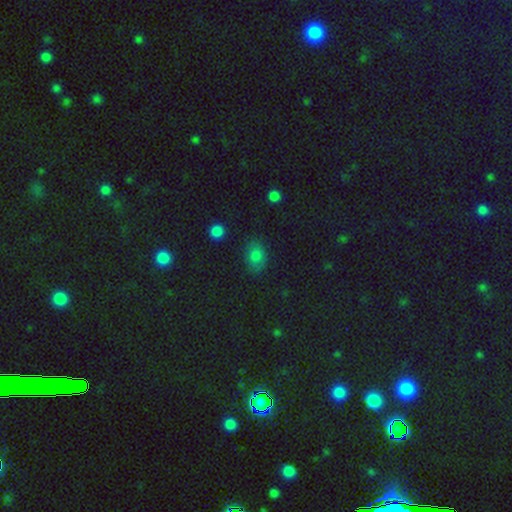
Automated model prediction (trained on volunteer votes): smooth_or_featured: smooth (p=0.73) [alt: star or artifact p=0.19]
how_rounded: in between (p=0.66) [alt: round p=0.33]
merging: none (p=0.79) [alt: minor disturbance p=0.14]